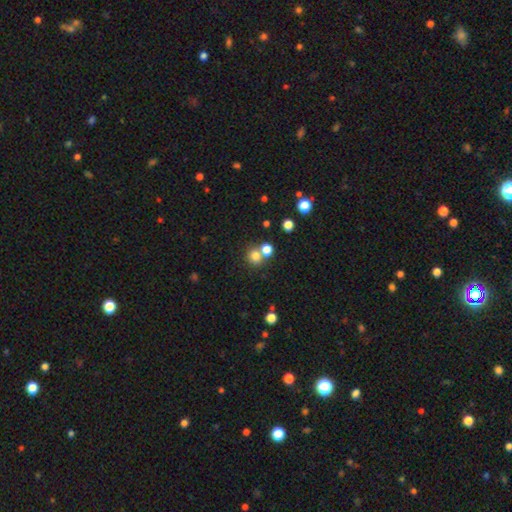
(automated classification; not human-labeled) Q: Smooth or featured?
A: smooth (77%); runner-up: star or artifact (15%)
Q: How rounded?
A: round (83%); runner-up: in between (16%)
Q: Merging?
A: none (57%); runner-up: merger (32%)